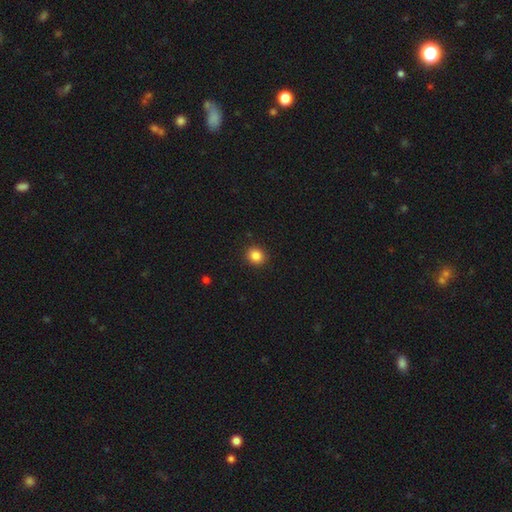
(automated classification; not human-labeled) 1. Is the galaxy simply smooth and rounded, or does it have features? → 86% smooth, 10% star or artifact, 4% featured or disk.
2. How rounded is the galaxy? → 79% round, 20% in between, 1% cigar-shaped.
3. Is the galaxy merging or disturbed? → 92% none, 5% minor disturbance, 2% major disturbance, 1% merger.